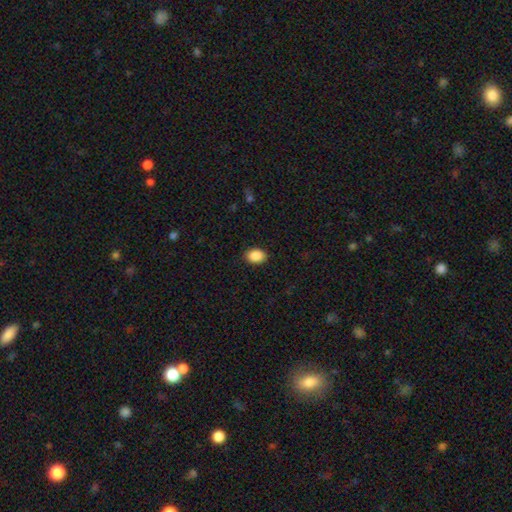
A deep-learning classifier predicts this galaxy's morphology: smooth_or_featured: smooth (p=0.89) [alt: star or artifact p=0.08]
how_rounded: in between (p=0.80) [alt: round p=0.19]
merging: none (p=0.90) [alt: minor disturbance p=0.07]